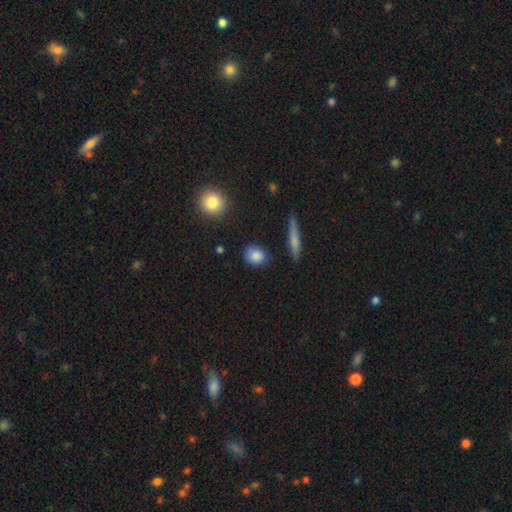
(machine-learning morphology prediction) Smooth or featured? Predicted: smooth (p=0.84). How rounded? Predicted: round (p=0.63). Merging? Predicted: none (p=0.78).